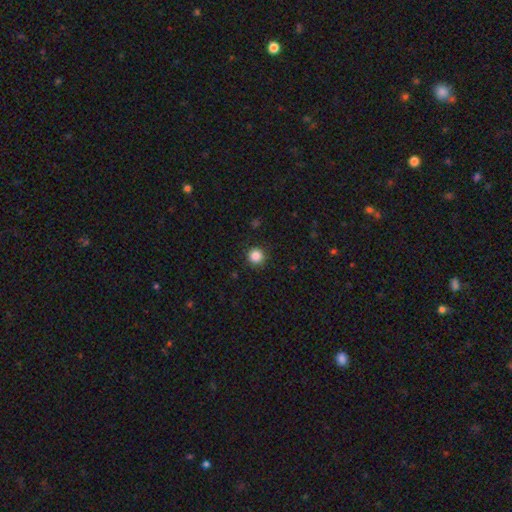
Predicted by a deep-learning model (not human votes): Smooth or featured?
  - smooth: 86% *
  - star or artifact: 11%
  - featured or disk: 3%
How rounded?
  - round: 96% *
  - in between: 4%
  - cigar-shaped: 1%
Merging?
  - none: 91% *
  - minor disturbance: 6%
  - major disturbance: 2%
  - merger: 1%